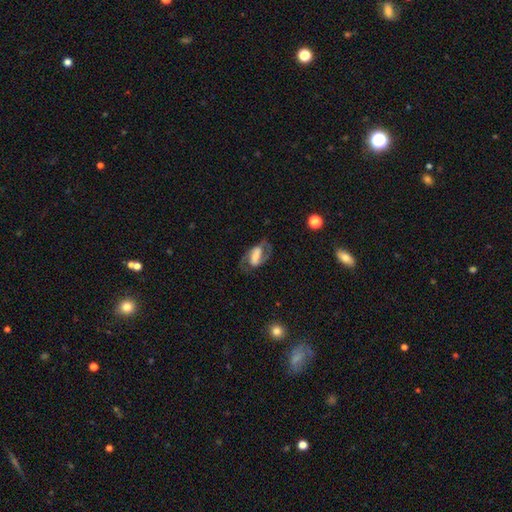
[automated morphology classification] Overall: featured or disk (73%). Edge-on disk: no (95%). Bar: strong (47%; weak 34%). Spiral arms: yes (87%). Spiral arm count: 2 (88%). Spiral winding: medium (53%; loose 24%). Bulge size: moderate (26%, tied with large). Merging: none (69%).